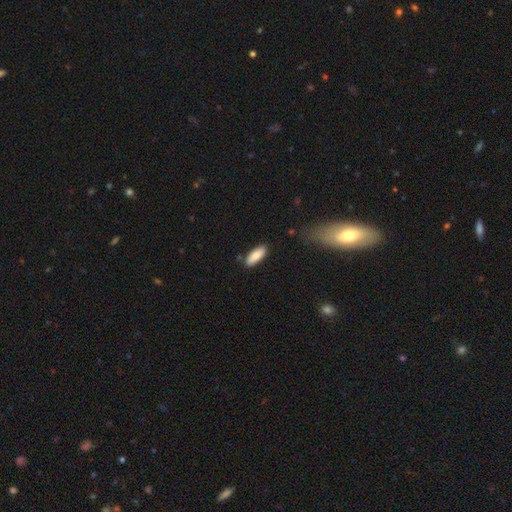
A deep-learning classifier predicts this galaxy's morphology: smooth-or-featured: smooth: 85% | featured or disk: 9% | star or artifact: 6%
  how-rounded: in between: 66% | cigar-shaped: 32% | round: 2%
  merging: none: 84% | minor disturbance: 11% | major disturbance: 2% | merger: 2%